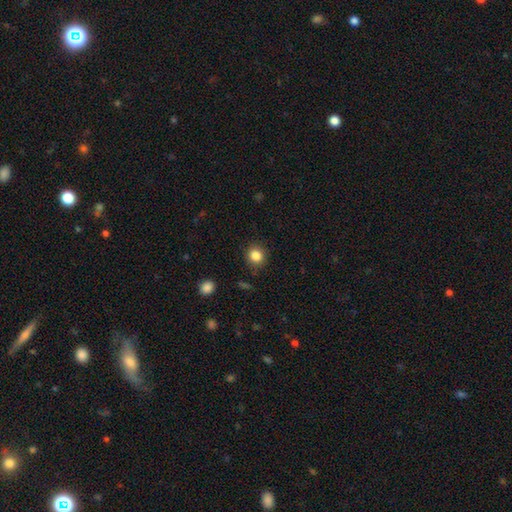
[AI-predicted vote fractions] Smooth or featured: smooth — 85% (star or artifact — 11%)
How rounded: round — 85% (in between — 14%)
Merging: none — 88% (minor disturbance — 8%)